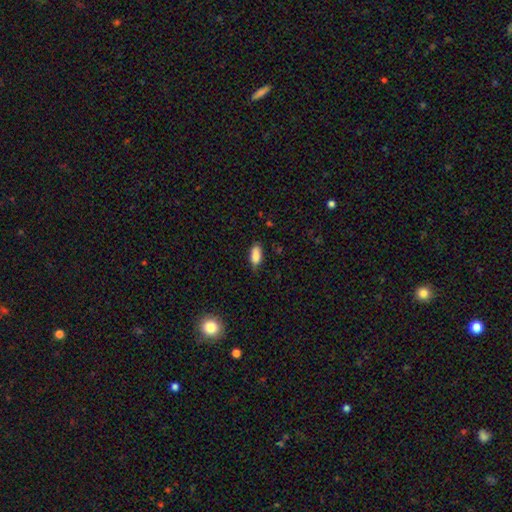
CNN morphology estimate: A smooth galaxy with no disk features (86%) that is in between round and cigar-shaped (86%).

Vote fractions:
- Smooth or featured? smooth: 86% / star or artifact: 8% / featured or disk: 6%
- How rounded? in between: 86% / cigar-shaped: 11% / round: 3%
- Merging? none: 73% / minor disturbance: 22% / major disturbance: 4% / merger: 1%